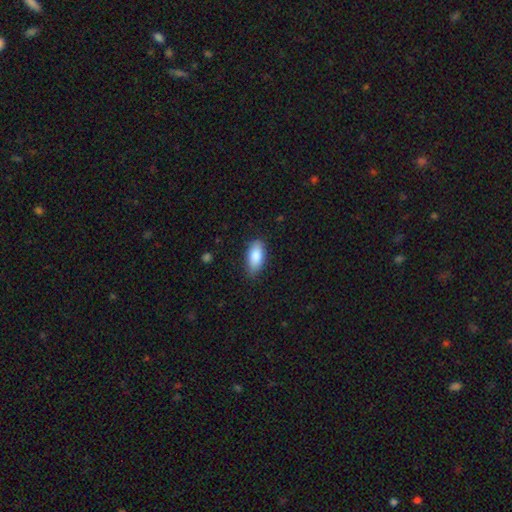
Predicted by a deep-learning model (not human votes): Morphology: type=smooth (86%); roundness=in between (90%); merging=none (80%).